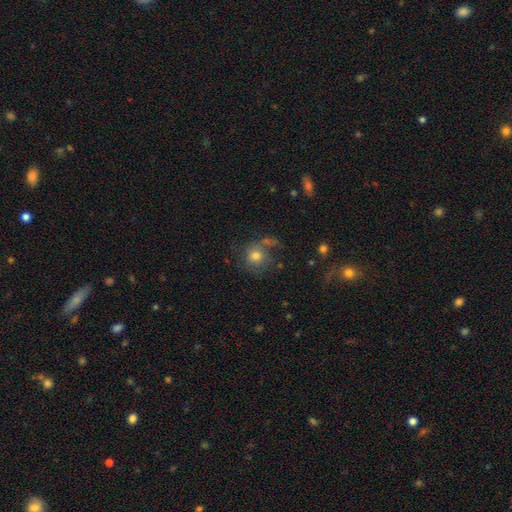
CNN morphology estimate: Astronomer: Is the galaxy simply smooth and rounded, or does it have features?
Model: smooth — 62%.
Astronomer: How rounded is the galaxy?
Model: round — 84%.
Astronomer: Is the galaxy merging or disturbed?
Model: none — 52%.